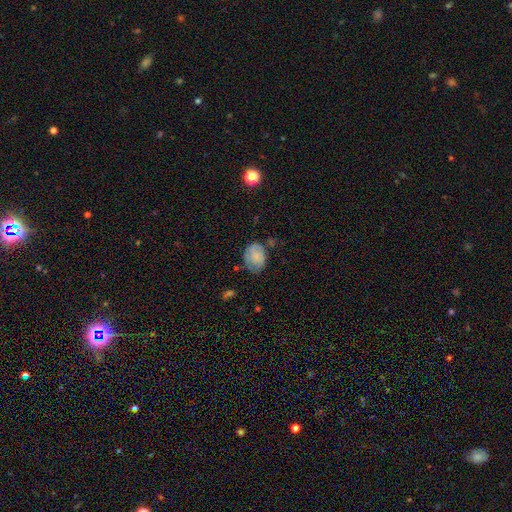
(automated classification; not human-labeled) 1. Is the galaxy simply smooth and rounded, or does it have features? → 70% smooth, 22% featured or disk, 9% star or artifact.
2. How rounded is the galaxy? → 63% in between, 36% round, 1% cigar-shaped.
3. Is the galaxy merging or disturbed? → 54% none, 30% minor disturbance, 10% major disturbance, 5% merger.